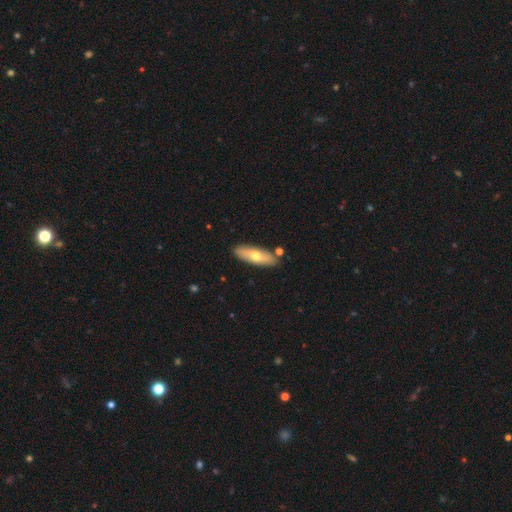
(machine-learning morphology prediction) A smooth galaxy with no disk features (59%) that is in between round and cigar-shaped (55%).

Vote fractions:
- Smooth or featured? smooth: 59% / featured or disk: 35% / star or artifact: 6%
- How rounded? in between: 55% / cigar-shaped: 43% / round: 2%
- Merging? none: 84% / minor disturbance: 10% / merger: 4% / major disturbance: 2%